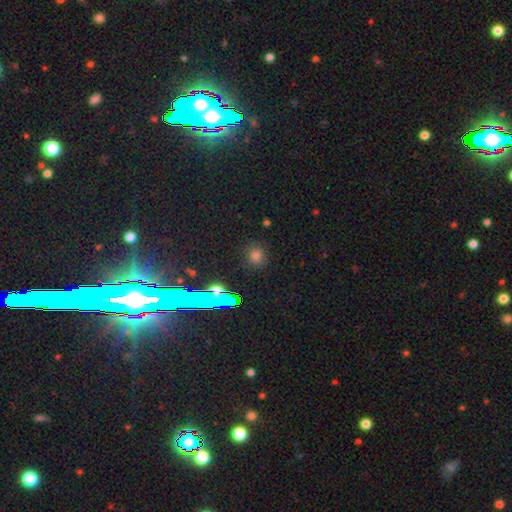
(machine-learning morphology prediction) smooth_or_featured: smooth (p=0.67) [alt: star or artifact p=0.27]
how_rounded: round (p=0.86) [alt: in between p=0.12]
merging: none (p=0.87) [alt: minor disturbance p=0.09]